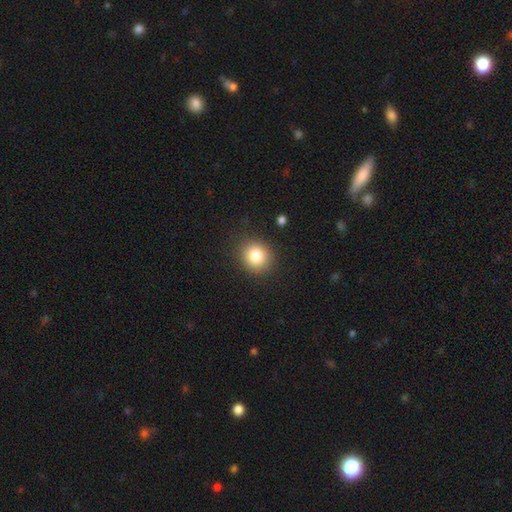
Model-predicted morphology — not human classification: This is clearly a smooth galaxy (82%). How rounded: clearly round (83%). Merging: clearly none (88%).